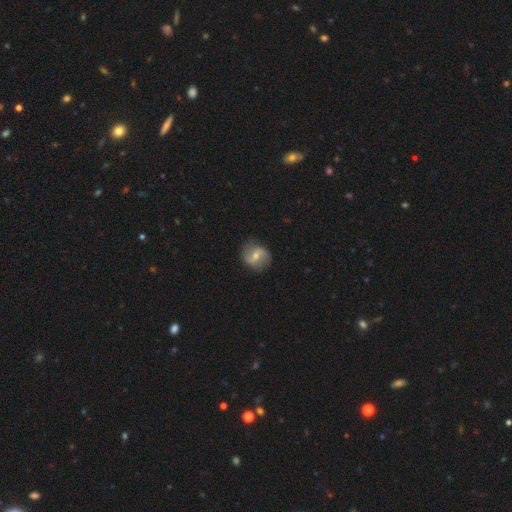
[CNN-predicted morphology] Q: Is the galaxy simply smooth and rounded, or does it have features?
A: featured or disk — 65%.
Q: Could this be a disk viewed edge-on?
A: no — 96%.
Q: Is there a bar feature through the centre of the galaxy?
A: weak — 48%.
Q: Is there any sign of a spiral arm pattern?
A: yes — 84%.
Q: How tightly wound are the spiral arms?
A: loose — 51%.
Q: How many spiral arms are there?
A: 2 — 88%.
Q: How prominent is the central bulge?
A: moderate — 50%.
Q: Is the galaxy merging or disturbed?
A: none — 83%.